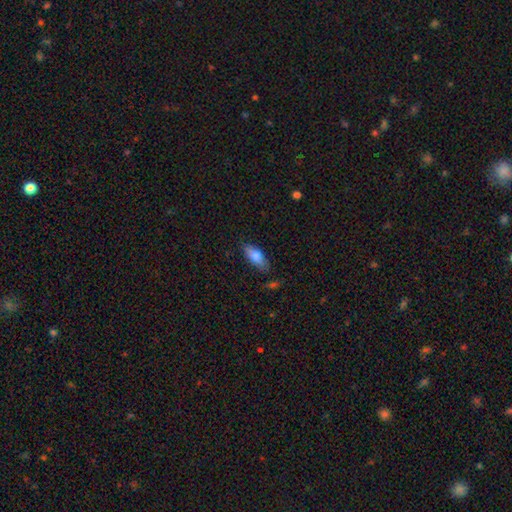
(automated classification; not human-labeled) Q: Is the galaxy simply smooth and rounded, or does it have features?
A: smooth — 76%.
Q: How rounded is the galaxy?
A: in between — 77%.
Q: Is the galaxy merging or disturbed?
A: none — 77%.